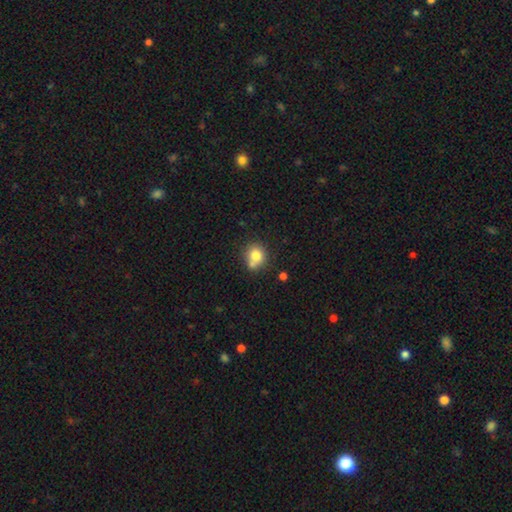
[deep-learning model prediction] Smooth or featured? smooth (78%)
How rounded? round (80%)
Merging? none (57%)